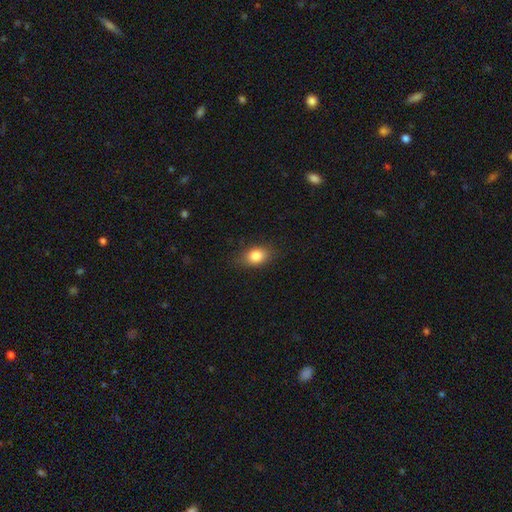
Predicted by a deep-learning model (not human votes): Morphology: type=smooth (83%); roundness=in between (75%); merging=none (82%).